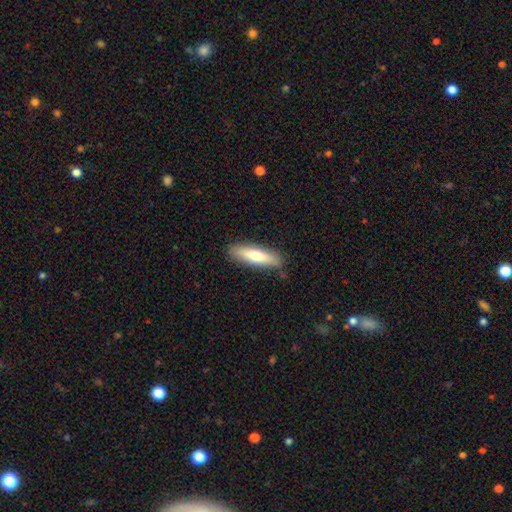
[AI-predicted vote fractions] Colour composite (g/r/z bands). It shows a smooth galaxy with no disk features (68%) that is cigar-shaped (63%). Merging: none (85%).